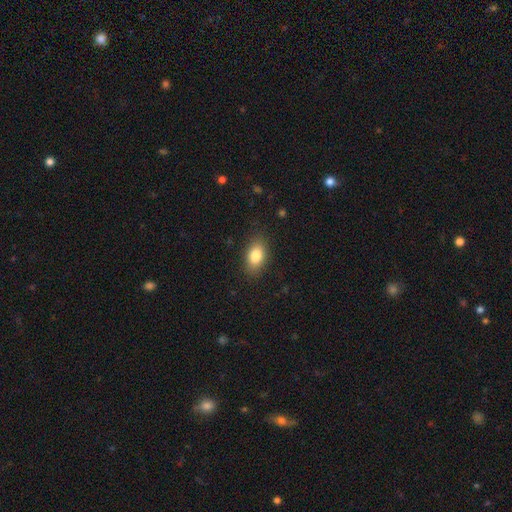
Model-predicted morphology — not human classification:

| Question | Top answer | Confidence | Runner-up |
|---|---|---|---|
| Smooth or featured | smooth | 82% | featured or disk (10%) |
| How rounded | in between | 88% | round (10%) |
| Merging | none | 86% | minor disturbance (10%) |